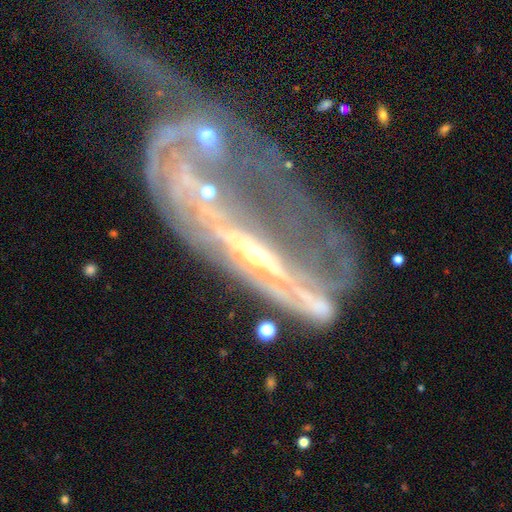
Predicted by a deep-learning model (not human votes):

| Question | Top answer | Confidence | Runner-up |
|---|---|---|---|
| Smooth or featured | featured or disk | 80% | smooth (10%) |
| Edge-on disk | no | 64% | yes (36%) |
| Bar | no | 50% | strong (29%) |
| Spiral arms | yes | 53% | no (47%) |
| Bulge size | moderate | 46% | small (41%) |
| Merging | merger | 49% | major disturbance (27%) |